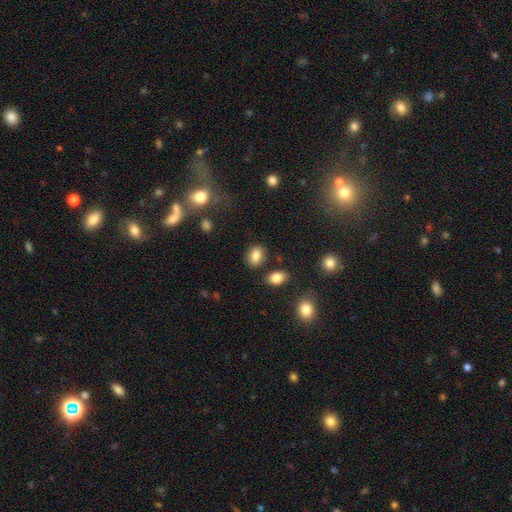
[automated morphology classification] A smooth galaxy with no disk features (83%) that is in between round and cigar-shaped (69%).

Vote fractions:
- Smooth or featured? smooth: 83% / star or artifact: 10% / featured or disk: 8%
- How rounded? in between: 69% / round: 30% / cigar-shaped: 1%
- Merging? none: 81% / minor disturbance: 10% / merger: 5% / major disturbance: 3%